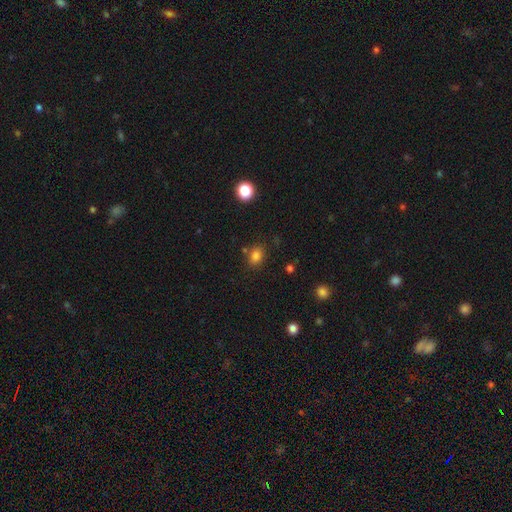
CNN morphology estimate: Q: Smooth or featured?
A: smooth (81%); runner-up: star or artifact (13%)
Q: How rounded?
A: in between (54%); runner-up: round (45%)
Q: Merging?
A: none (76%); runner-up: minor disturbance (13%)